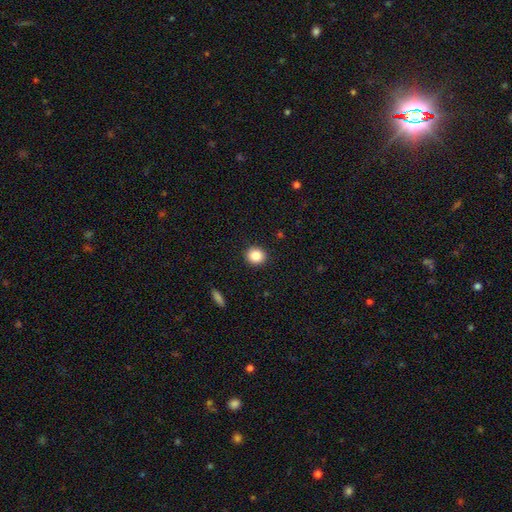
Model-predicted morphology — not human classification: A smooth galaxy with no disk features (86%) that is round (86%). Merging: none (92%).